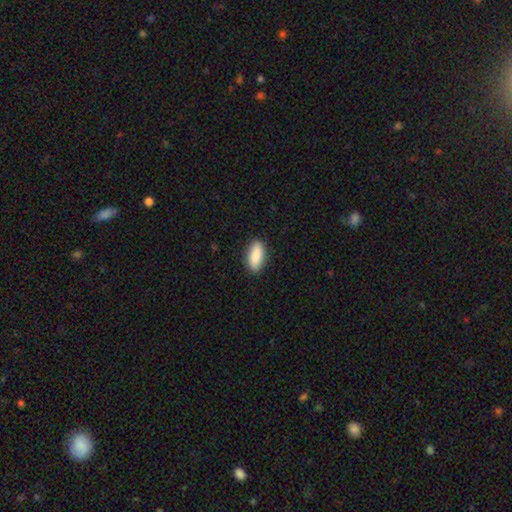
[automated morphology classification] Smooth or featured?
  - smooth: 88% *
  - featured or disk: 6%
  - star or artifact: 6%
How rounded?
  - in between: 82% *
  - cigar-shaped: 16%
  - round: 2%
Merging?
  - none: 89% *
  - minor disturbance: 8%
  - major disturbance: 2%
  - merger: 1%